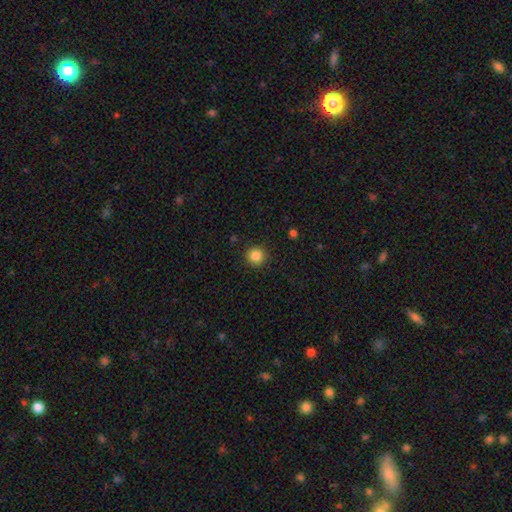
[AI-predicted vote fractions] smooth_or_featured: smooth (p=0.85) [alt: star or artifact p=0.11]
how_rounded: round (p=0.94) [alt: in between p=0.05]
merging: none (p=0.91) [alt: minor disturbance p=0.06]